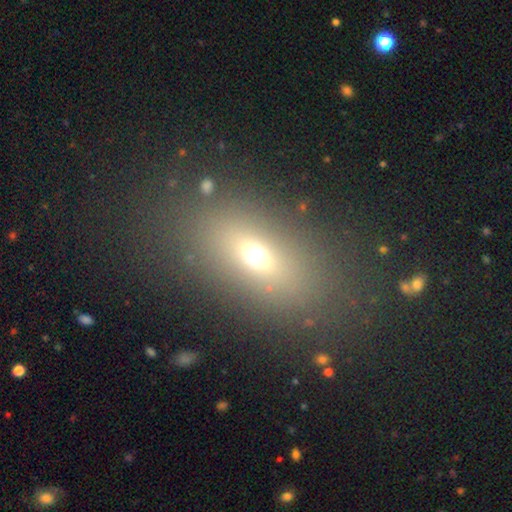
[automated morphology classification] smooth 65%, star or artifact 20%, featured or disk 16%. Down the decision tree: how rounded — in between (75%); merging — none (78%).